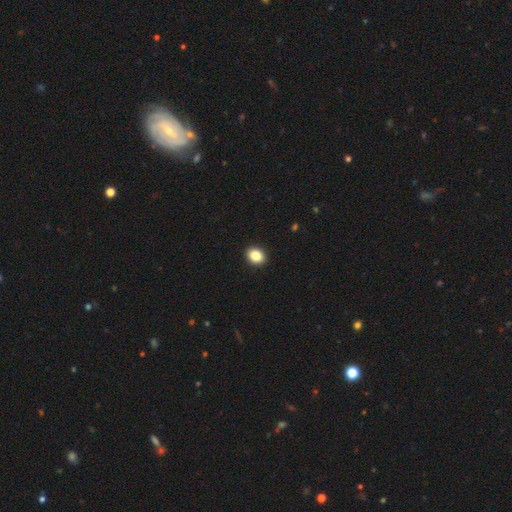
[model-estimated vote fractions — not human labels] smooth_or_featured: smooth (p=0.86) [alt: star or artifact p=0.09]
how_rounded: round (p=0.51) [alt: in between p=0.48]
merging: none (p=0.93) [alt: minor disturbance p=0.05]